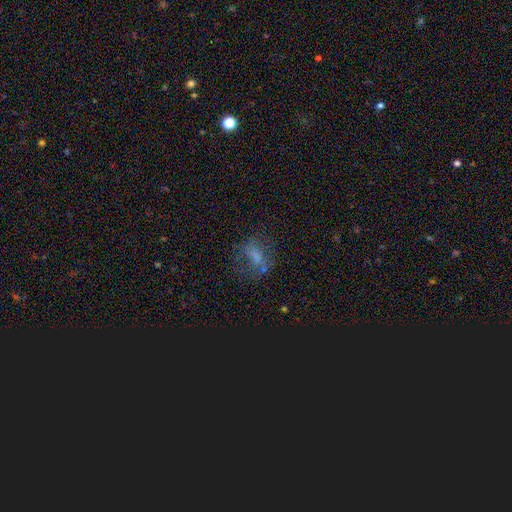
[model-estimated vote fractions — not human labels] smooth 50%, featured or disk 31%, star or artifact 19%. Down the decision tree: how rounded — in between (69%); merging — none (52%).